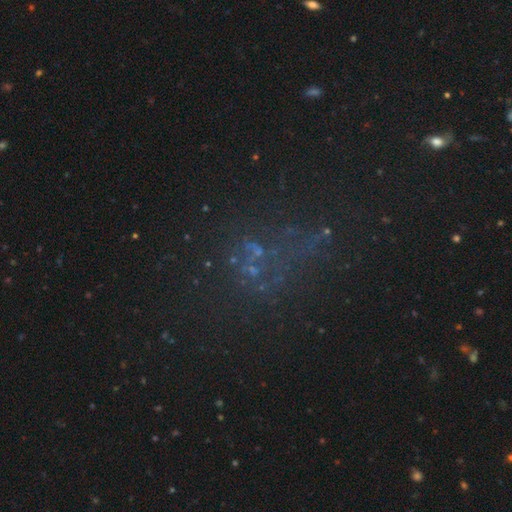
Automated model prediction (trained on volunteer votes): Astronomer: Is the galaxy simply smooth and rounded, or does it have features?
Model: star or artifact — 50% (runner-up: featured or disk, 29%).